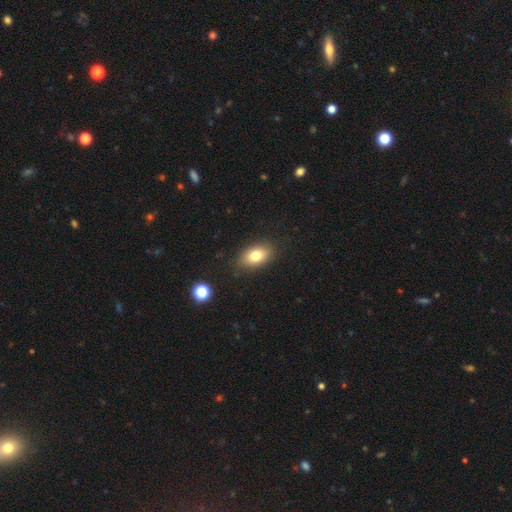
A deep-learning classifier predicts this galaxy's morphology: This is likely a smooth galaxy (78%). How rounded: clearly in between (88%). Merging: clearly none (85%).